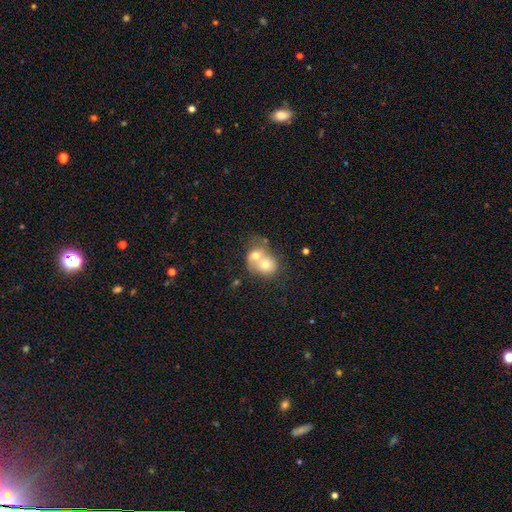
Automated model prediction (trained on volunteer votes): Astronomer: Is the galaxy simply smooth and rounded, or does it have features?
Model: smooth — 65%.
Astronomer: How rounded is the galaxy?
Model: round — 63%.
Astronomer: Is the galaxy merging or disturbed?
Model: merger — 77%.